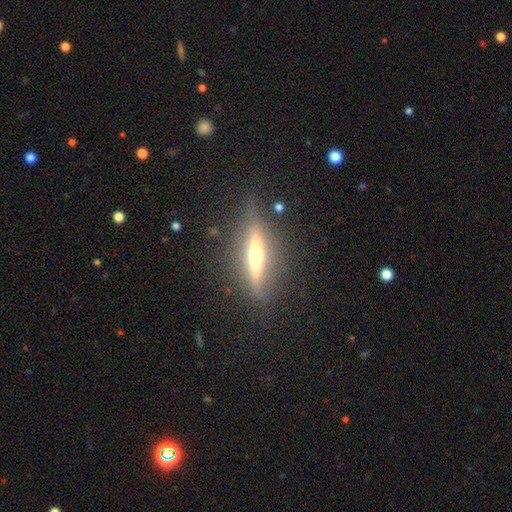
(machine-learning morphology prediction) Q: Smooth or featured?
A: featured or disk (75%); runner-up: smooth (19%)
Q: Edge-on disk?
A: yes (94%); runner-up: no (6%)
Q: Edge-on bulge?
A: rounded (89%); runner-up: none (7%)
Q: Merging?
A: none (80%); runner-up: minor disturbance (14%)